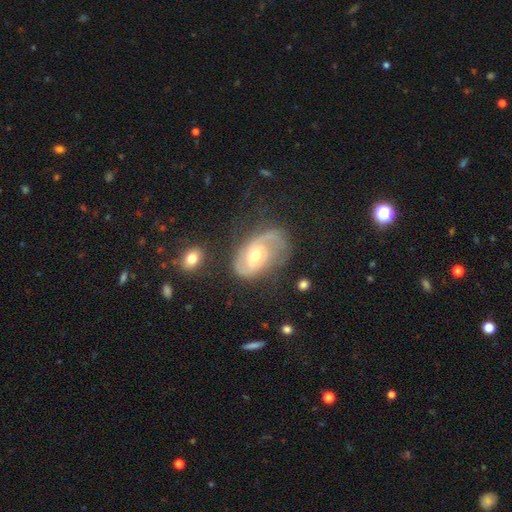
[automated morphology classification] smooth_or_featured: featured or disk (p=0.79) [alt: smooth p=0.15]
disk_edge_on: no (p=0.96) [alt: yes p=0.04]
bar: no (p=0.64) [alt: weak p=0.29]
has_spiral_arms: yes (p=0.90) [alt: no p=0.10]
spiral_winding: medium (p=0.41) [alt: tight p=0.35]
spiral_arm_count: 2 (p=0.58) [alt: 1 p=0.21]
bulge_size: moderate (p=0.65) [alt: small p=0.29]
merging: none (p=0.55) [alt: minor disturbance p=0.23]